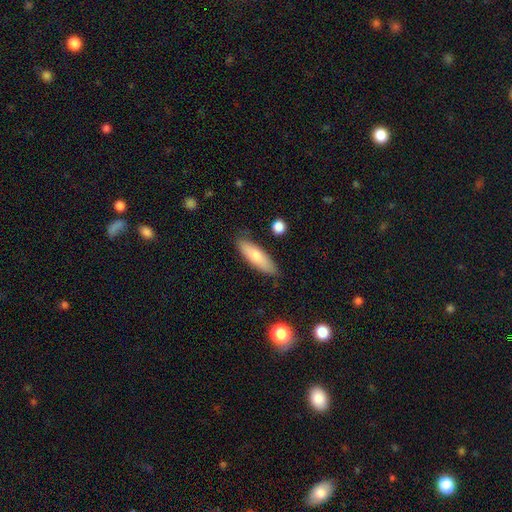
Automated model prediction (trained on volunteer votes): Smooth or featured? smooth (75%)
How rounded? cigar-shaped (53%)
Merging? none (83%)